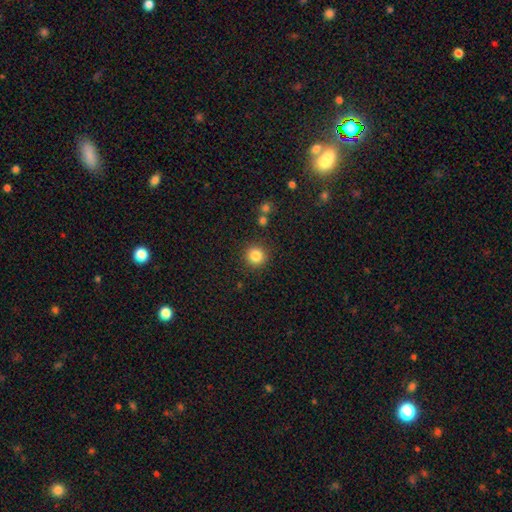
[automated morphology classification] smooth-or-featured: smooth: 85% | star or artifact: 11% | featured or disk: 4%
  how-rounded: round: 94% | in between: 5% | cigar-shaped: 1%
  merging: none: 89% | minor disturbance: 6% | major disturbance: 2% | merger: 2%